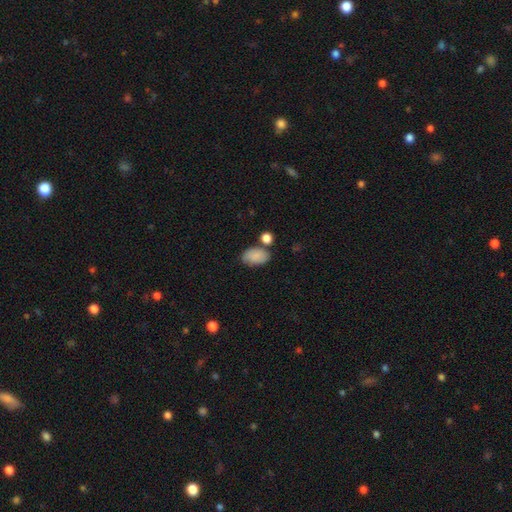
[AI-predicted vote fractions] smooth_or_featured: smooth (p=0.85) [alt: featured or disk p=0.08]
how_rounded: in between (p=0.91) [alt: round p=0.08]
merging: none (p=0.65) [alt: minor disturbance p=0.17]